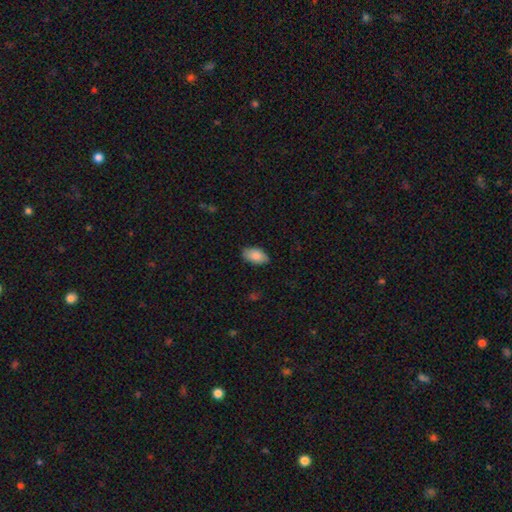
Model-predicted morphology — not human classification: Smooth or featured? Predicted: smooth (p=0.87). How rounded? Predicted: in between (p=0.94). Merging? Predicted: none (p=0.84).